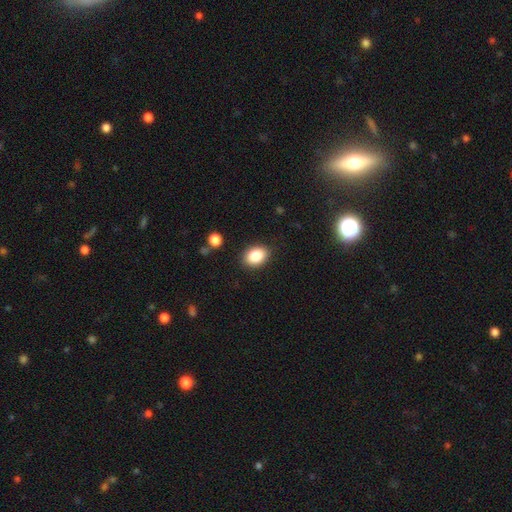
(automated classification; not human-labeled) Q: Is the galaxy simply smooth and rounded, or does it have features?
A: smooth — 85%.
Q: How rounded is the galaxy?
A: in between — 74%.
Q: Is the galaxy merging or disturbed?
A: none — 86%.